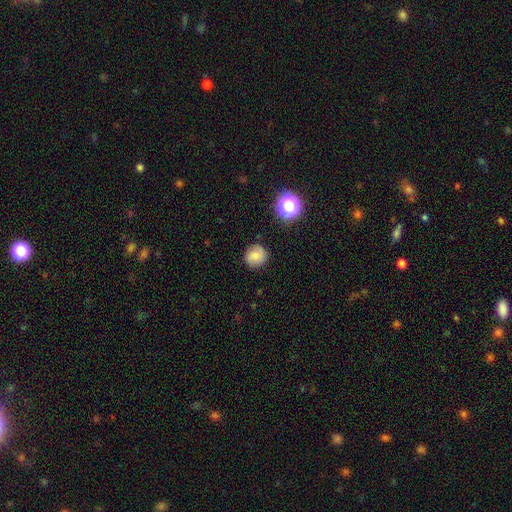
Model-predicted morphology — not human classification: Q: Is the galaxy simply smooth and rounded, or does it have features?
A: smooth — 74%.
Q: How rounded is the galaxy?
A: round — 88%.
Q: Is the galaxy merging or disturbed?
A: none — 84%.